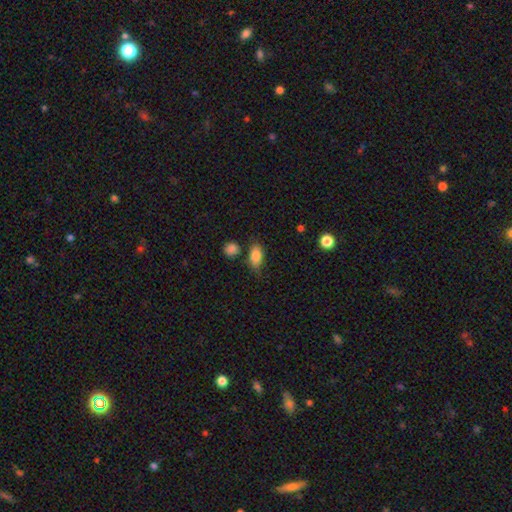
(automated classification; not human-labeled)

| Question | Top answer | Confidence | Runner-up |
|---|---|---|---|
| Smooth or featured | smooth | 83% | featured or disk (9%) |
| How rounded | in between | 86% | round (7%) |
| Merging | none | 67% | minor disturbance (20%) |